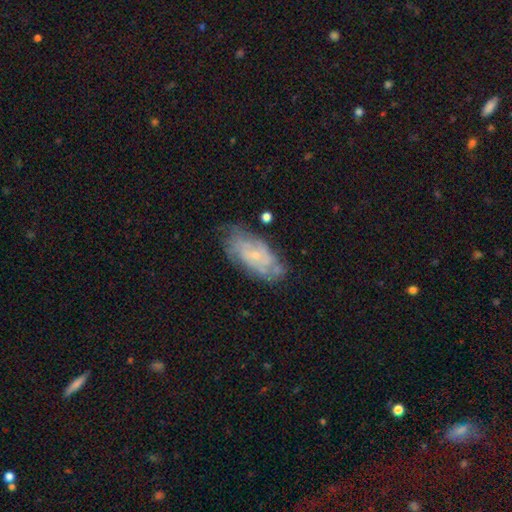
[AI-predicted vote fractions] Smooth or featured? Predicted: featured or disk (p=0.68). Edge-on disk? Predicted: no (p=0.93). Bar? Predicted: no (p=0.73). Spiral arms? Predicted: yes (p=0.81). Spiral winding? Predicted: tight (p=0.56). Spiral arm count? Predicted: can't tell (p=0.55). Bulge size? Predicted: small (p=0.77). Merging? Predicted: none (p=0.66).